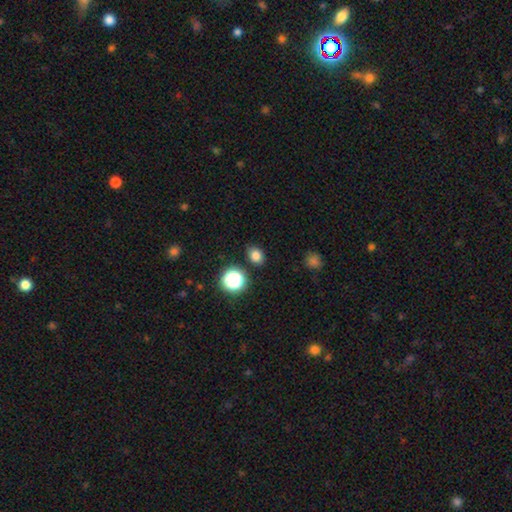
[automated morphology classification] Overall: smooth (79%). How rounded: round (51%; in between 48%). Merging: none (85%).